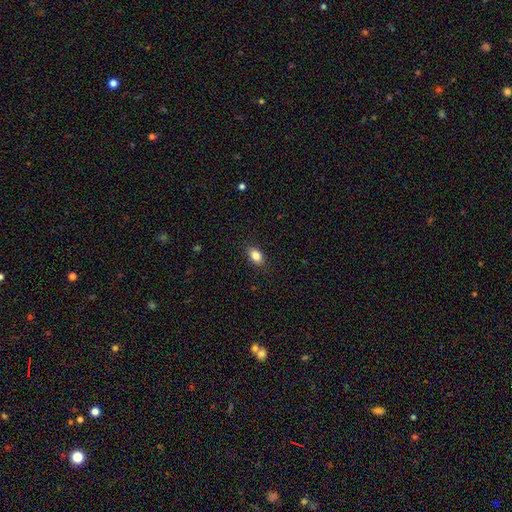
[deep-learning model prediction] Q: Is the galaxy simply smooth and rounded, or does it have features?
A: smooth — 85%.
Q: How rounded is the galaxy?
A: in between — 85%.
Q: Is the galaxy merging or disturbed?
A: none — 88%.